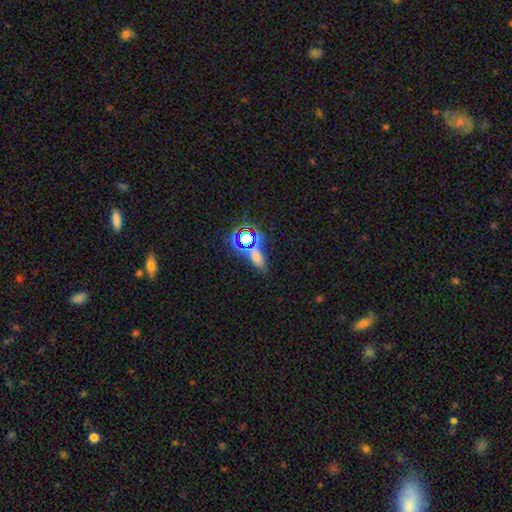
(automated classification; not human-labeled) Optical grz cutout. It shows a star or artifact, not a galaxy (48%).